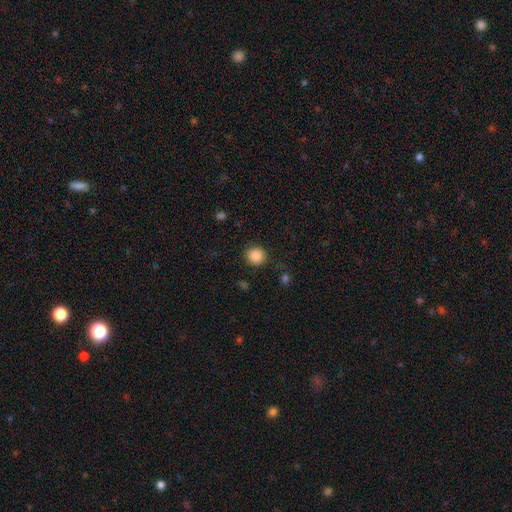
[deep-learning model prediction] Morphology: type=smooth (87%); roundness=round (93%); merging=none (88%).